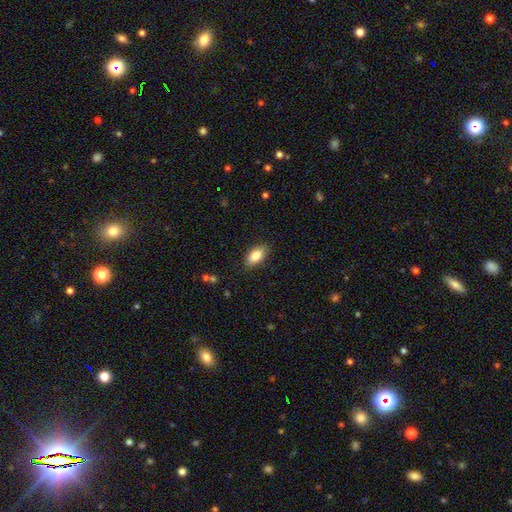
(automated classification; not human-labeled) smooth 84%, featured or disk 9%, star or artifact 7%. Down the decision tree: how rounded — in between (90%); merging — none (86%).